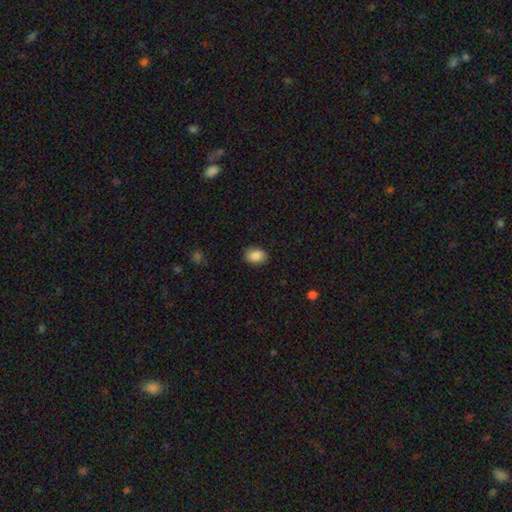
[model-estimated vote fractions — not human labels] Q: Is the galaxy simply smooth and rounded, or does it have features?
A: smooth — 87%.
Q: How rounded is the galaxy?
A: in between — 75%.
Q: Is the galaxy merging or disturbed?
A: none — 86%.